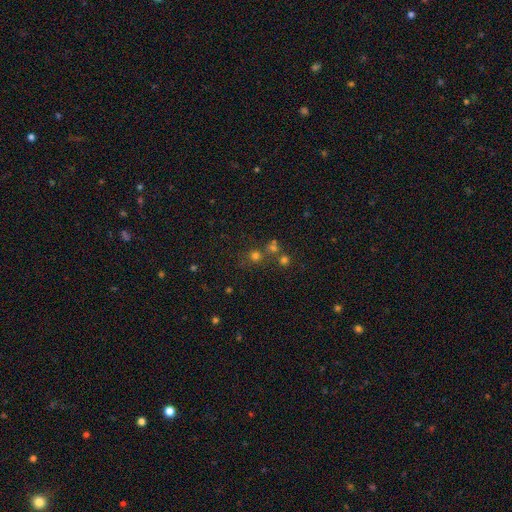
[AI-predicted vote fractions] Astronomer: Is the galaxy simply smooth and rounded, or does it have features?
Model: smooth — 57%.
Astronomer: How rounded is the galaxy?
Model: round — 89%.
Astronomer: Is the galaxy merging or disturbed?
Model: none — 63%.